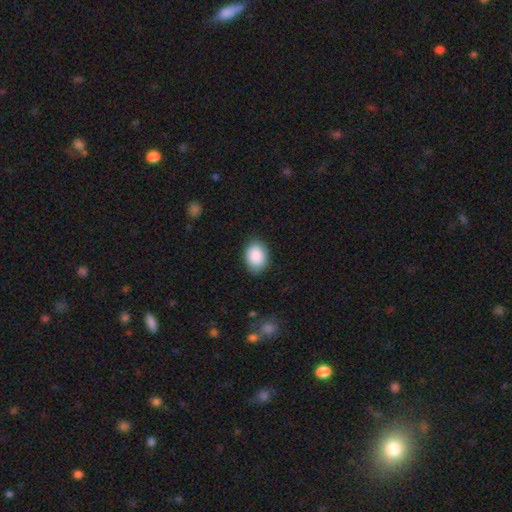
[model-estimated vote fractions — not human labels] Overall: smooth (89%). How rounded: in between (74%). Merging: none (83%).